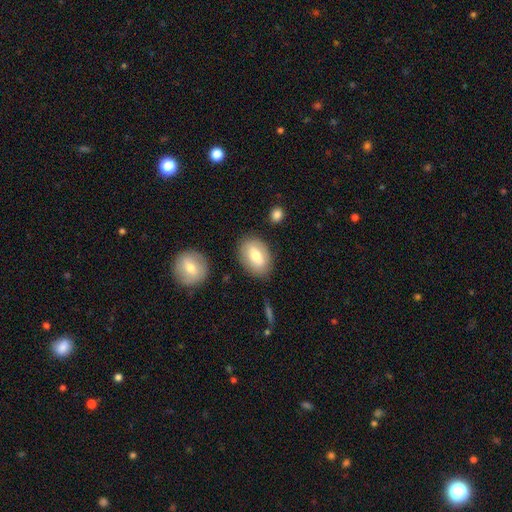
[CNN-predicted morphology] The model was most divided on "smooth or featured": smooth: 68%, featured or disk: 25%, star or artifact: 7%. More confident: how rounded — in between (84%); merging — none (81%).